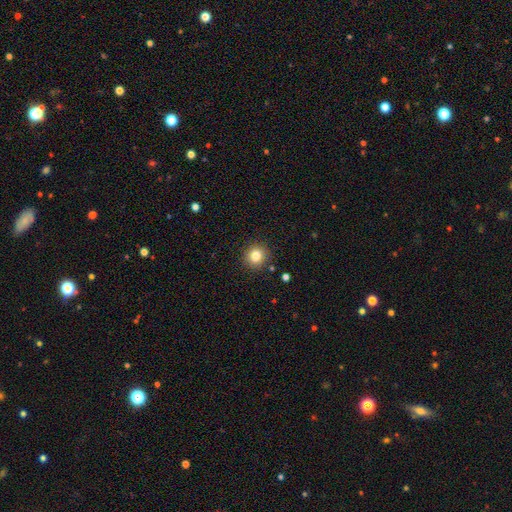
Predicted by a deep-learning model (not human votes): Morphology: type=smooth (82%); roundness=round (91%); merging=none (89%).